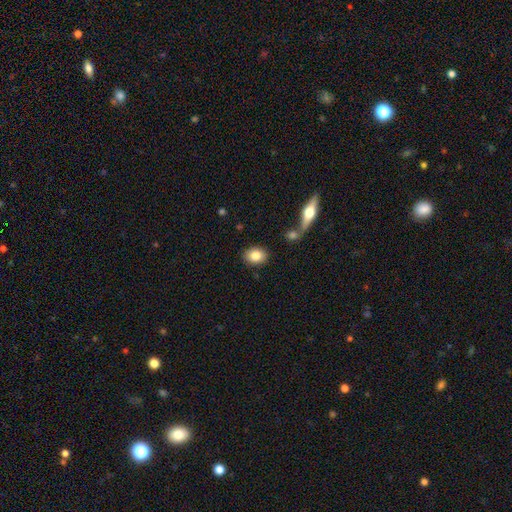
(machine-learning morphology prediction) A smooth galaxy with no disk features (83%) that is in between round and cigar-shaped (68%).

Vote fractions:
- Smooth or featured? smooth: 83% / featured or disk: 10% / star or artifact: 7%
- How rounded? in between: 68% / round: 30% / cigar-shaped: 2%
- Merging? none: 83% / minor disturbance: 9% / merger: 5% / major disturbance: 3%